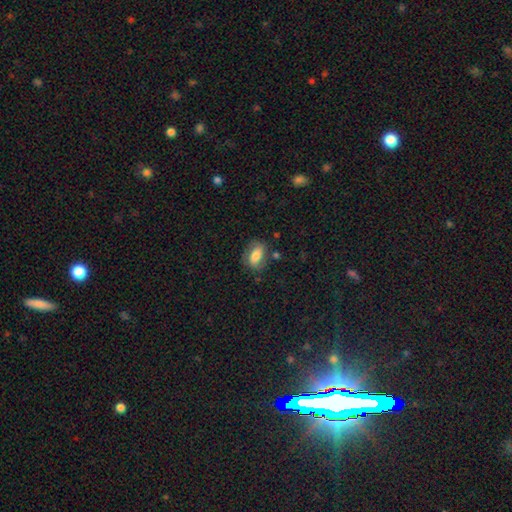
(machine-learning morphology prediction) Smooth or featured: smooth — 71% (featured or disk — 21%)
How rounded: in between — 86% (round — 10%)
Merging: none — 68% (minor disturbance — 21%)